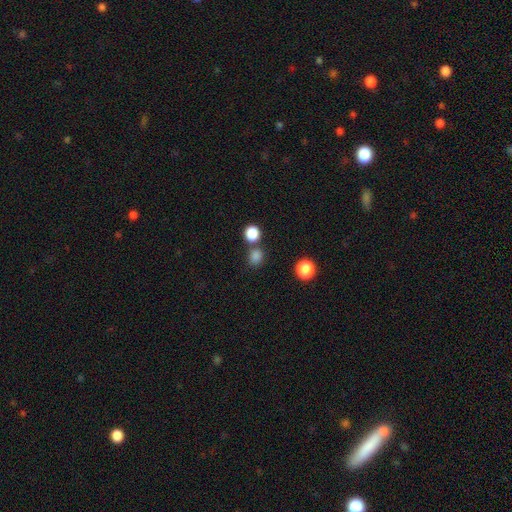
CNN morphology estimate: smooth 82%, star or artifact 14%, featured or disk 4%. Down the decision tree: how rounded — round (76%); merging — none (67%).